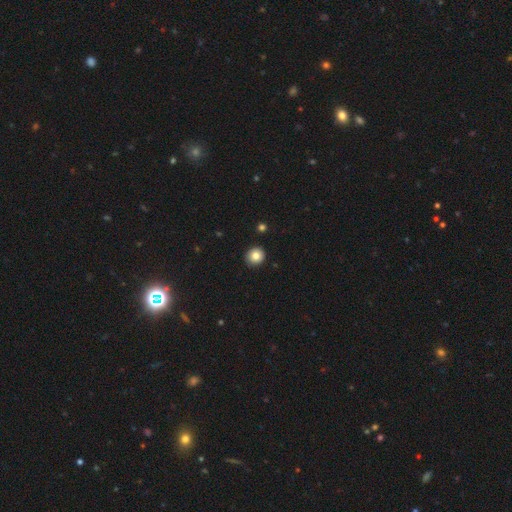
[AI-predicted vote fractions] Smooth or featured? smooth (84%)
How rounded? round (90%)
Merging? none (91%)